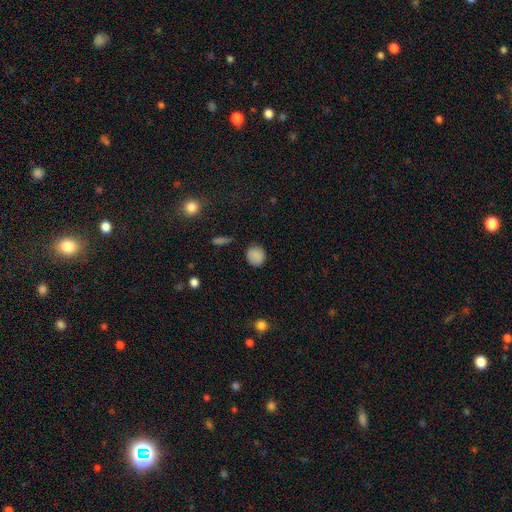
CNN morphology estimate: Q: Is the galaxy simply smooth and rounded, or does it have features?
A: smooth — 85%.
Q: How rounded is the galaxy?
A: round — 87%.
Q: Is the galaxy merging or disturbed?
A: none — 84%.